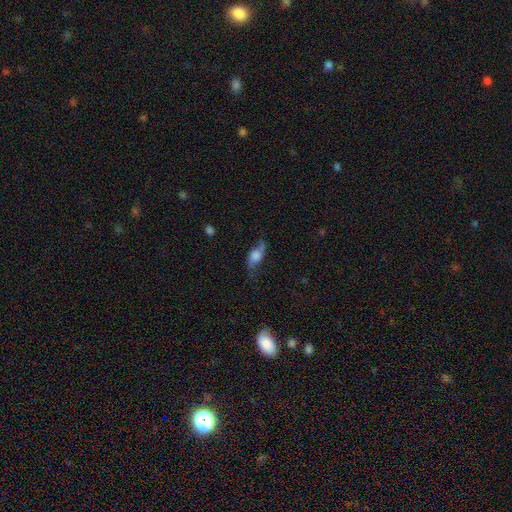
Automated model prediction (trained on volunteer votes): Q: Smooth or featured?
A: featured or disk (46%); runner-up: smooth (44%)
Q: Merging?
A: none (59%); runner-up: minor disturbance (25%)